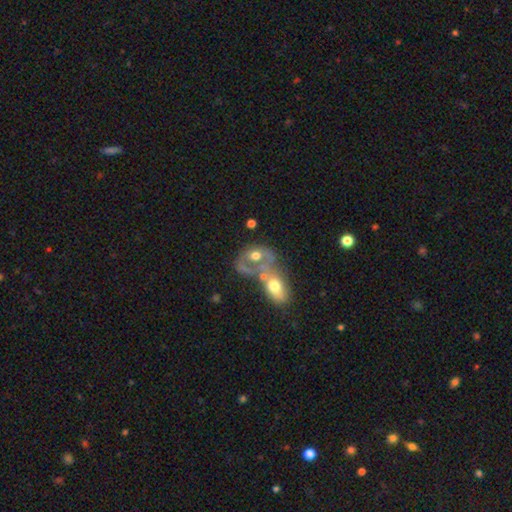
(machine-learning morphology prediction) A featured or disk galaxy (50%). Merging: merger (59%).